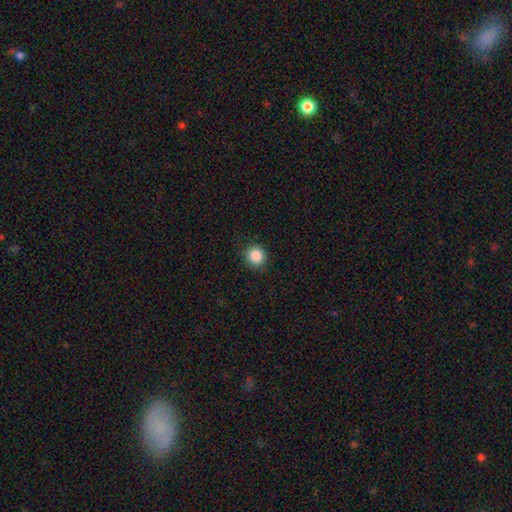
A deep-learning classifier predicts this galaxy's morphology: A smooth galaxy with no disk features (87%) that is round (93%).

Vote fractions:
- Smooth or featured? smooth: 87% / star or artifact: 10% / featured or disk: 3%
- How rounded? round: 93% / in between: 6% / cigar-shaped: 1%
- Merging? none: 91% / minor disturbance: 6% / major disturbance: 2% / merger: 1%